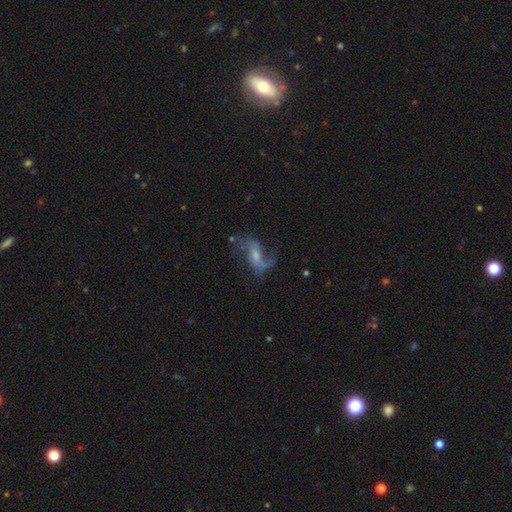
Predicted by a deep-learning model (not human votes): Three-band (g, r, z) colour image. It shows a featured or disk galaxy (72%) with a weak bar (44%), 2 (77%) loose (76%) spiral arms (84%) and a small central bulge (39%). Merging: none (49%).